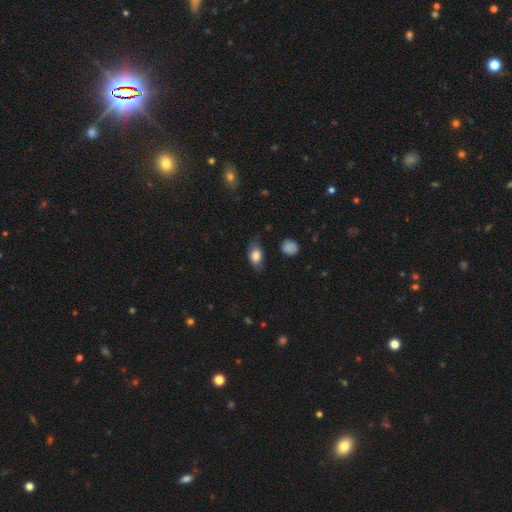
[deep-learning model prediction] Smooth or featured? smooth (77%)
How rounded? in between (84%)
Merging? none (67%)